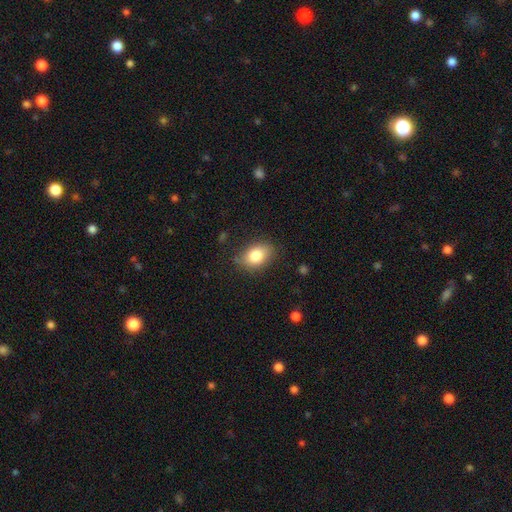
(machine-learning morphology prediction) A smooth galaxy with no disk features (82%) that is in between round and cigar-shaped (79%).

Vote fractions:
- Smooth or featured? smooth: 82% / featured or disk: 10% / star or artifact: 8%
- How rounded? in between: 79% / round: 19% / cigar-shaped: 1%
- Merging? none: 79% / minor disturbance: 16% / major disturbance: 4% / merger: 1%